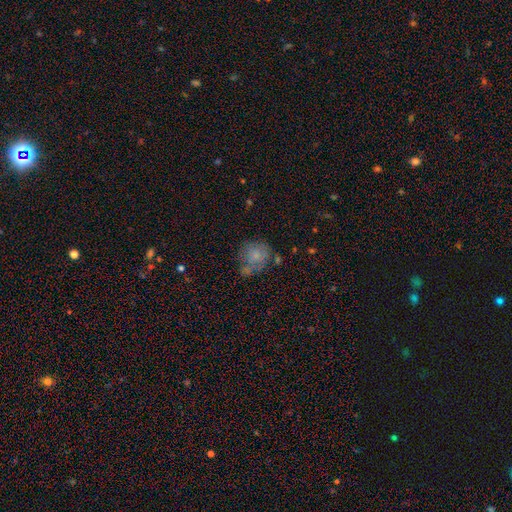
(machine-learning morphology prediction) This is likely a smooth galaxy (69%). How rounded: likely round (69%). Merging: marginally none (39%).